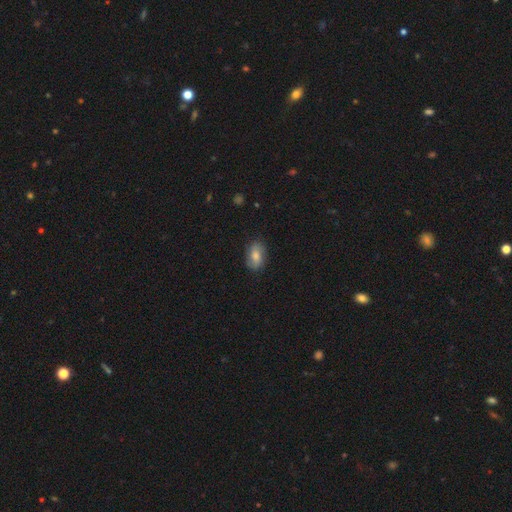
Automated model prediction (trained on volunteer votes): Morphology: type=smooth (69%); roundness=in between (86%); merging=none (79%).